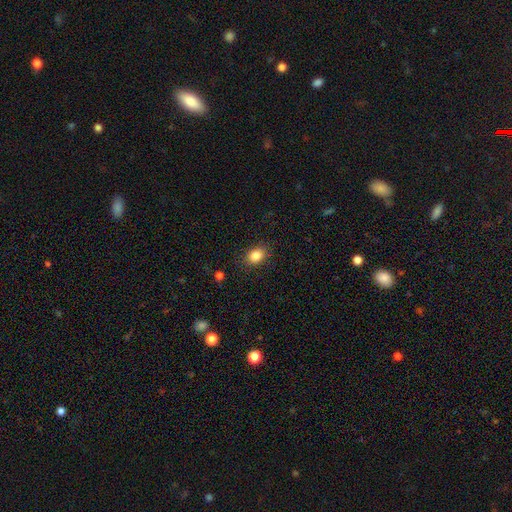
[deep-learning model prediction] This appears to be a smooth galaxy with no disk features (84%) that is in between round and cigar-shaped (66%). Merging: none (85%).